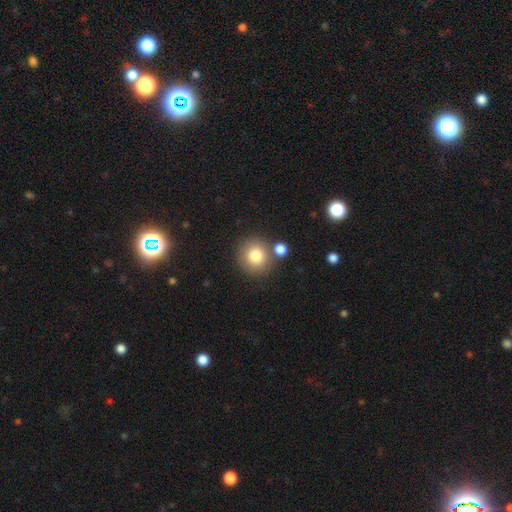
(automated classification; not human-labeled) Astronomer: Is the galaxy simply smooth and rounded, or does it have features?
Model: smooth — 81%.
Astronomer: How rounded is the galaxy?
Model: round — 91%.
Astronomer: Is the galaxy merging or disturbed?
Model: none — 76%.